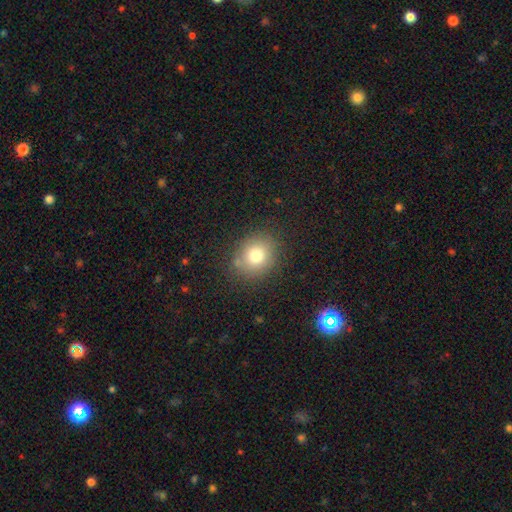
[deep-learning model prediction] smooth 77%, star or artifact 12%, featured or disk 11%. Down the decision tree: how rounded — round (66%); merging — none (81%).